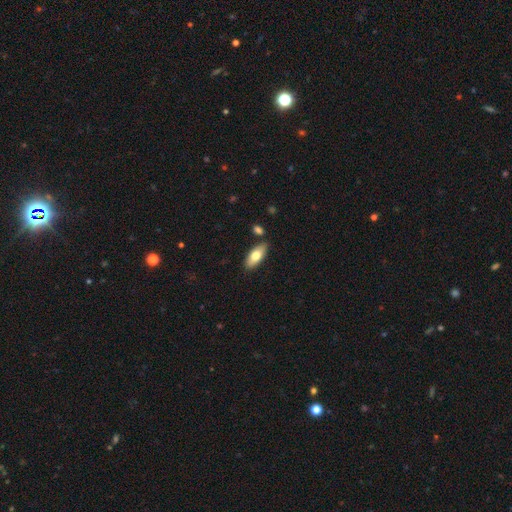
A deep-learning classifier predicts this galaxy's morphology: The model was most divided on "smooth or featured": smooth: 73%, featured or disk: 21%, star or artifact: 6%. More confident: merging — none (84%); how rounded — in between (83%).